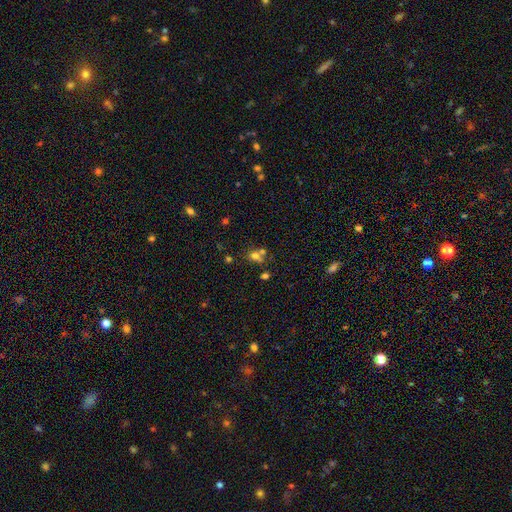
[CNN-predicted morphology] A smooth galaxy with no disk features (65%) that is round (71%).

Vote fractions:
- Smooth or featured? smooth: 65% / star or artifact: 21% / featured or disk: 14%
- How rounded? round: 71% / in between: 28% / cigar-shaped: 1%
- Merging? none: 45% / merger: 41% / minor disturbance: 9% / major disturbance: 5%